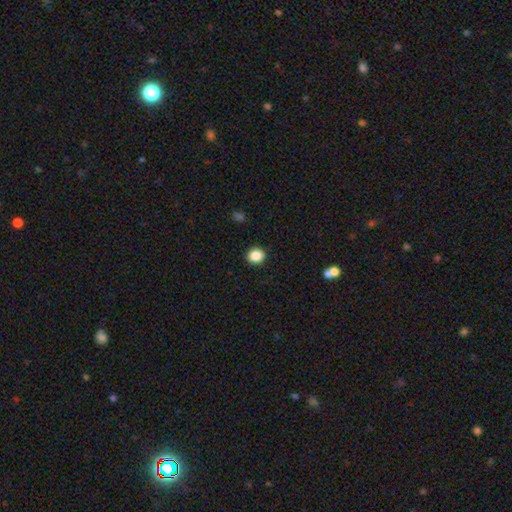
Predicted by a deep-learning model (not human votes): Smooth or featured? Predicted: smooth (p=0.87). How rounded? Predicted: round (p=0.82). Merging? Predicted: none (p=0.92).